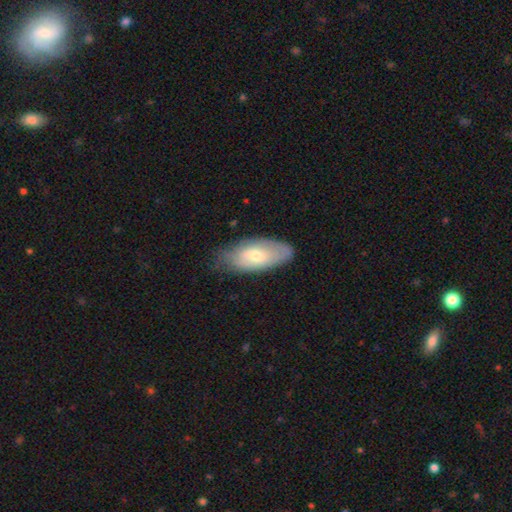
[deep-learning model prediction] This is possibly a smooth galaxy (55%). How rounded: clearly in between (87%). Merging: likely none (66%).